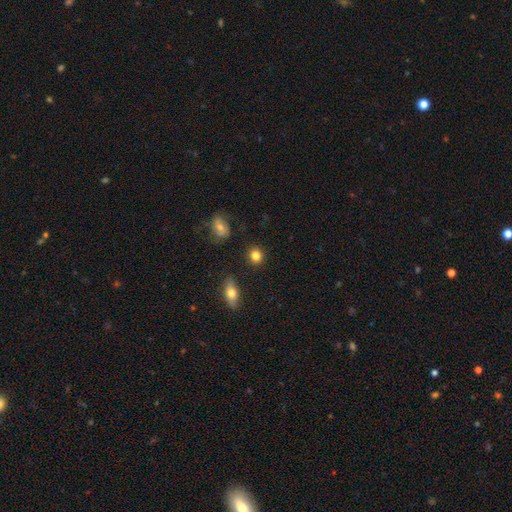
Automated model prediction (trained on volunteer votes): This is clearly a smooth galaxy (84%). How rounded: likely round (77%). Merging: clearly none (88%).